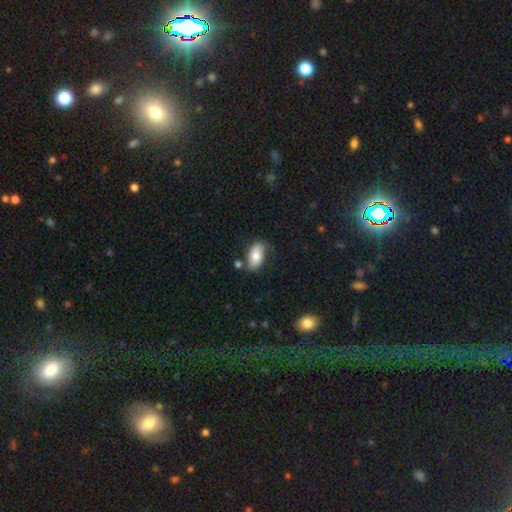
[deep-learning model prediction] This appears to be a smooth galaxy with no disk features (77%) that is in between round and cigar-shaped (93%). Merging: none (69%).